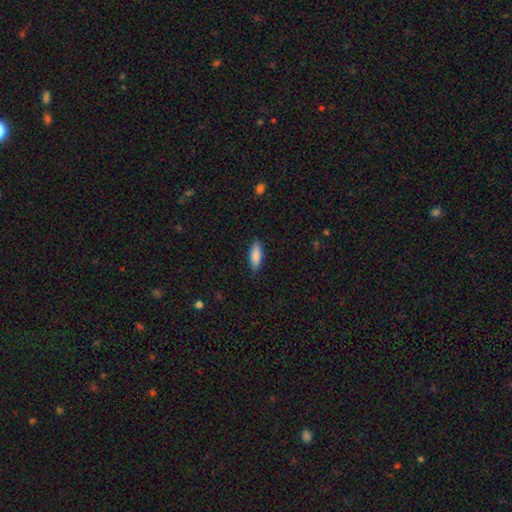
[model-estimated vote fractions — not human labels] A smooth galaxy with no disk features (85%) that is in between round and cigar-shaped (62%). Merging: none (85%).